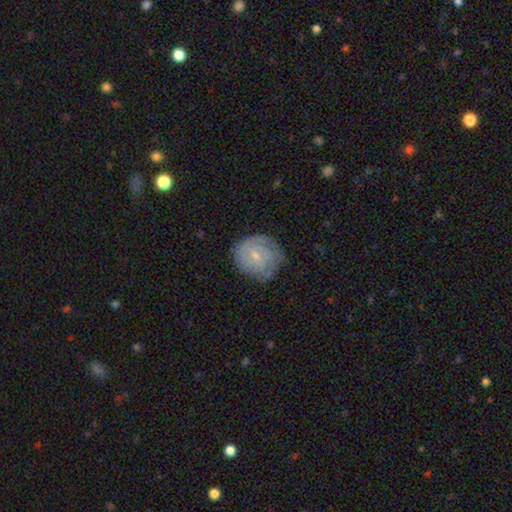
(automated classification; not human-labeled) The model was most divided on "spiral arm count": can't tell: 36%, 2: 30%, 3: 19%, 4: 6%, 1: 6%, more than 4: 4%. More confident: edge-on disk — no (98%); spiral arms — yes (92%); spiral winding — tight (73%); smooth or featured — featured or disk (72%); bulge size — small (70%); merging — none (69%); bar — no (53%).